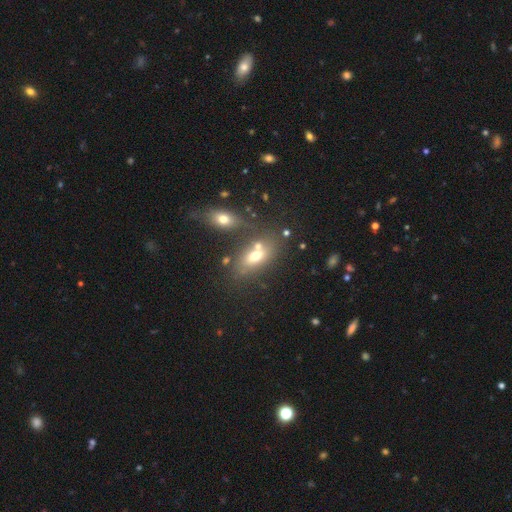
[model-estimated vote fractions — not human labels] Smooth or featured? Predicted: smooth (p=0.64). How rounded? Predicted: in between (p=0.81). Merging? Predicted: none (p=0.43).